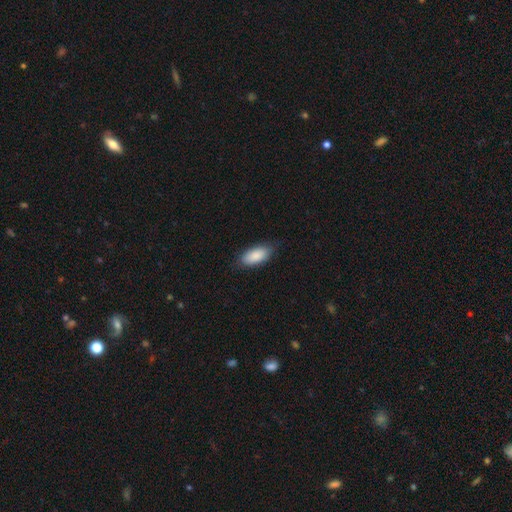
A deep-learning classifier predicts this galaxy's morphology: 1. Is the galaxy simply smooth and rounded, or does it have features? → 88% smooth, 6% star or artifact, 6% featured or disk.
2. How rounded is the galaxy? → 88% in between, 10% cigar-shaped, 2% round.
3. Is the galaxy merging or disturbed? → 81% none, 15% minor disturbance, 3% major disturbance, 1% merger.